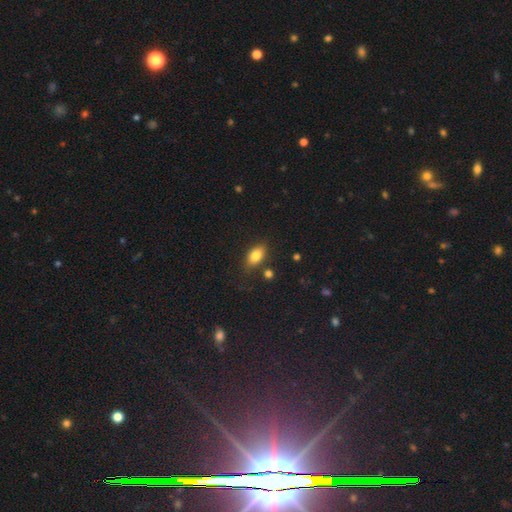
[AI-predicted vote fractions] Smooth or featured? smooth (81%)
How rounded? in between (86%)
Merging? none (78%)